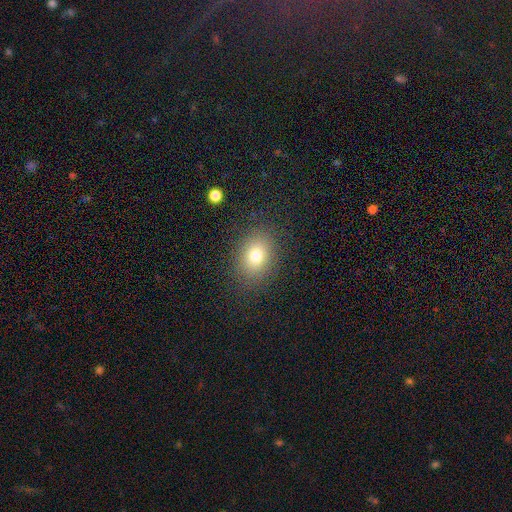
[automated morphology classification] A smooth galaxy with no disk features (77%) that is in between round and cigar-shaped (65%). Merging: none (86%).